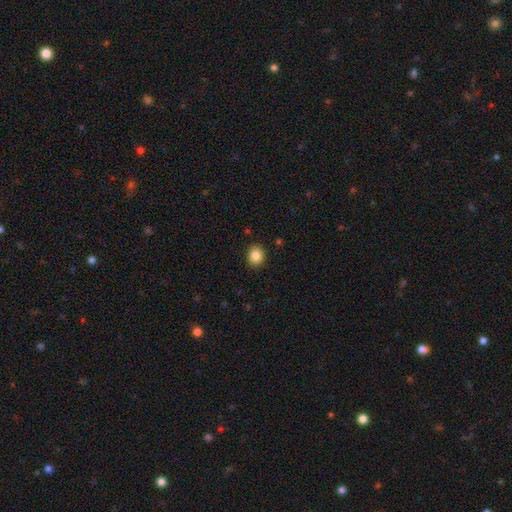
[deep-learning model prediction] Smooth or featured? Predicted: smooth (p=0.86). How rounded? Predicted: round (p=0.69). Merging? Predicted: none (p=0.90).